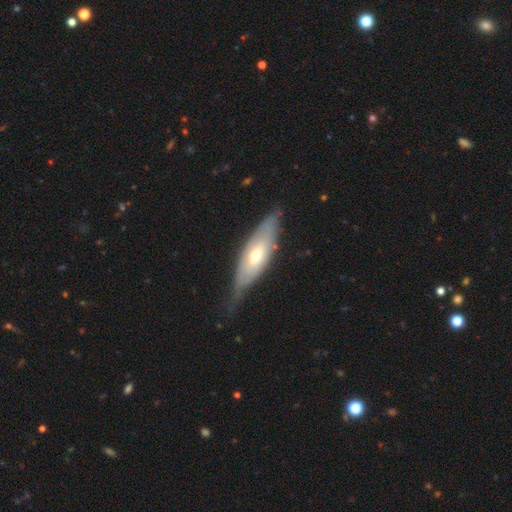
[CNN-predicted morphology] The model was most divided on "smooth or featured": featured or disk: 50%, smooth: 44%, star or artifact: 6%. More confident: merging — none (59%).